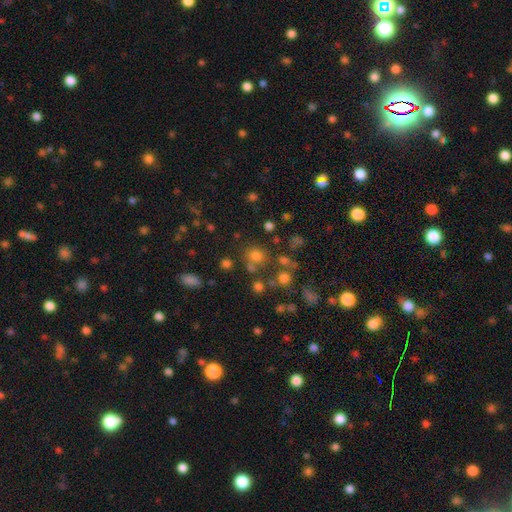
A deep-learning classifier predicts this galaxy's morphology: A smooth galaxy with no disk features (70%) that is round (82%).

Vote fractions:
- Smooth or featured? smooth: 70% / star or artifact: 21% / featured or disk: 8%
- How rounded? round: 82% / in between: 17% / cigar-shaped: 1%
- Merging? none: 66% / merger: 16% / minor disturbance: 12% / major disturbance: 6%